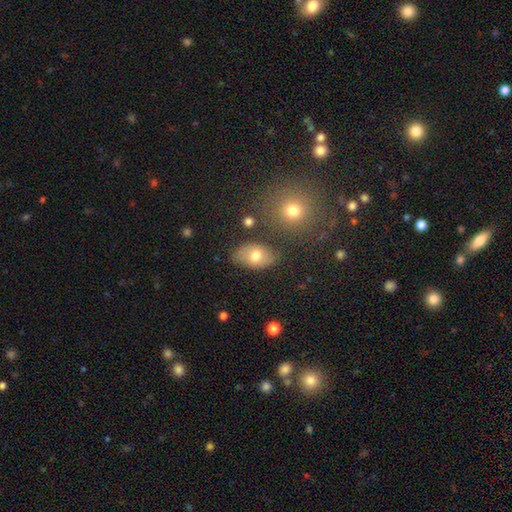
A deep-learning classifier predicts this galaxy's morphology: This is likely a smooth galaxy (71%). How rounded: clearly in between (86%). Merging: likely none (74%).